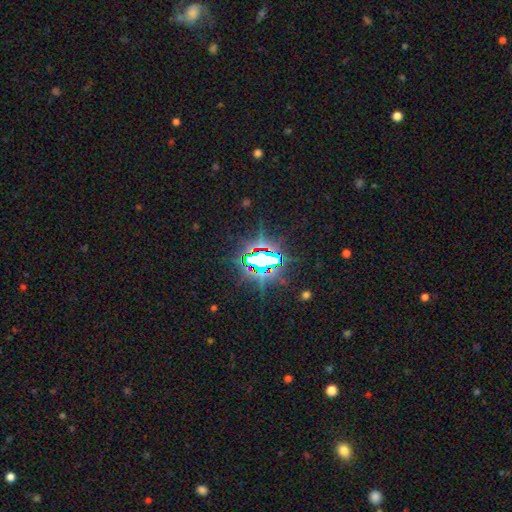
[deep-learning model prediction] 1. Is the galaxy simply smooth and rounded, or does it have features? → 85% star or artifact, 8% smooth, 7% featured or disk.